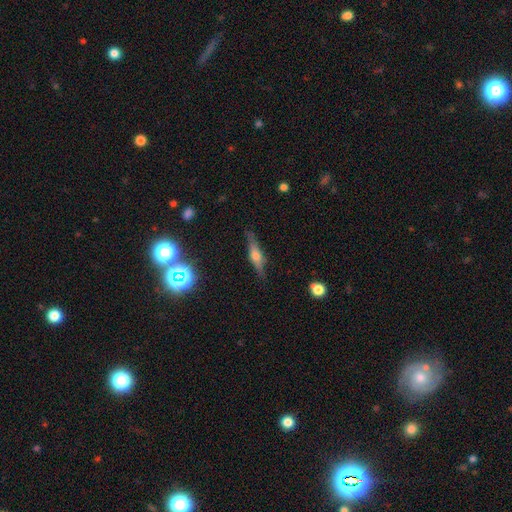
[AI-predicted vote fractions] smooth_or_featured: featured or disk (p=0.59) [alt: smooth p=0.32]
disk_edge_on: yes (p=0.94) [alt: no p=0.06]
edge_on_bulge: rounded (p=0.86) [alt: boxy p=0.10]
merging: none (p=0.83) [alt: minor disturbance p=0.12]